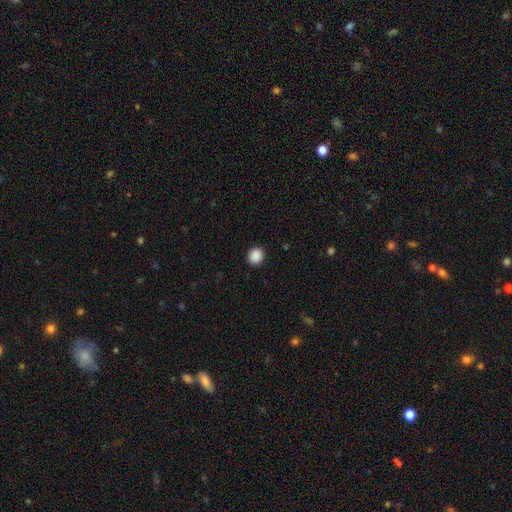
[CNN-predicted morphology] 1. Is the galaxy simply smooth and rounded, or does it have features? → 89% smooth, 9% star or artifact, 2% featured or disk.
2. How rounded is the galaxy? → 87% round, 12% in between, 1% cigar-shaped.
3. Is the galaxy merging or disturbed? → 92% none, 5% minor disturbance, 2% major disturbance, 1% merger.